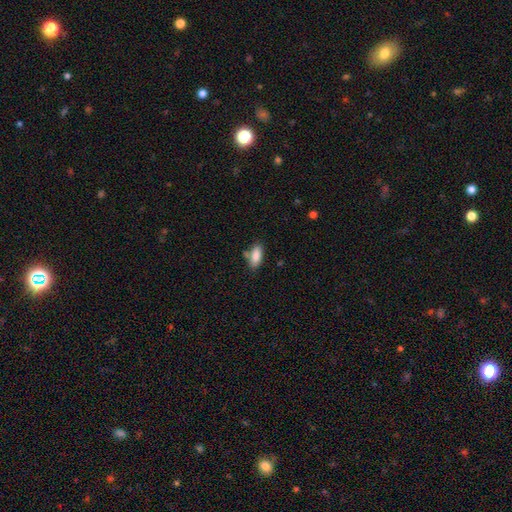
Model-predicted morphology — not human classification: This appears to be a smooth galaxy with no disk features (87%) that is in between round and cigar-shaped (84%). Merging: none (70%).